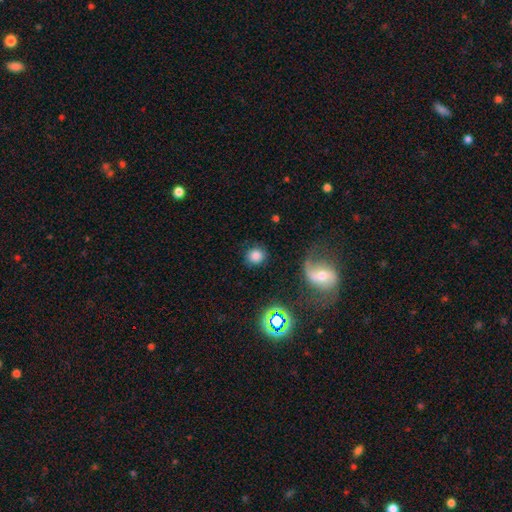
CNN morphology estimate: smooth_or_featured: smooth (p=0.75) [alt: star or artifact p=0.15]
how_rounded: round (p=0.88) [alt: in between p=0.10]
merging: none (p=0.84) [alt: minor disturbance p=0.09]